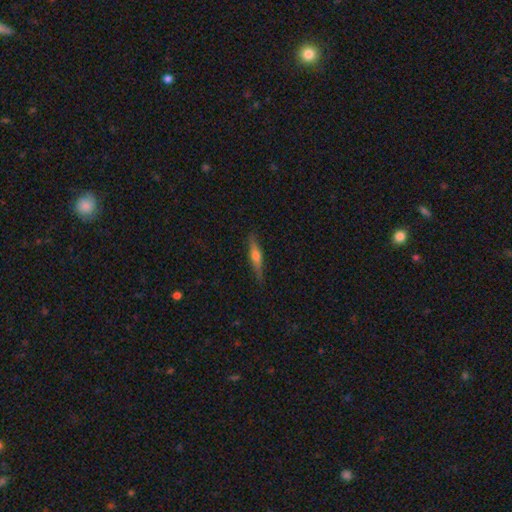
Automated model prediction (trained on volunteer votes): featured or disk 50%, smooth 44%, star or artifact 6%. Down the decision tree: merging — none (85%).